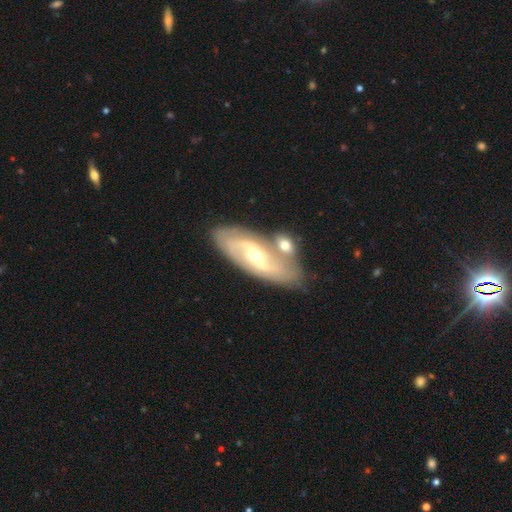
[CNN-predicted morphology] Q: Smooth or featured?
A: featured or disk (81%); runner-up: smooth (14%)
Q: Edge-on disk?
A: no (92%); runner-up: yes (8%)
Q: Bar?
A: weak (43%); runner-up: no (34%)
Q: Spiral arms?
A: yes (91%); runner-up: no (9%)
Q: Spiral winding?
A: medium (44%); runner-up: loose (32%)
Q: Spiral arm count?
A: 2 (82%); runner-up: can't tell (10%)
Q: Bulge size?
A: moderate (53%); runner-up: small (43%)
Q: Merging?
A: none (57%); runner-up: merger (25%)